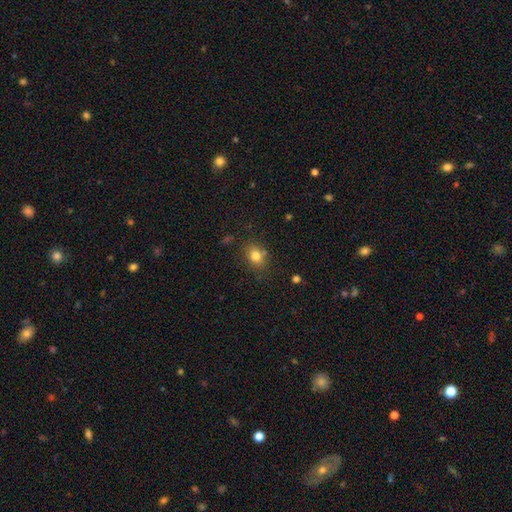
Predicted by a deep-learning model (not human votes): Smooth or featured? smooth (81%)
How rounded? in between (59%)
Merging? none (75%)